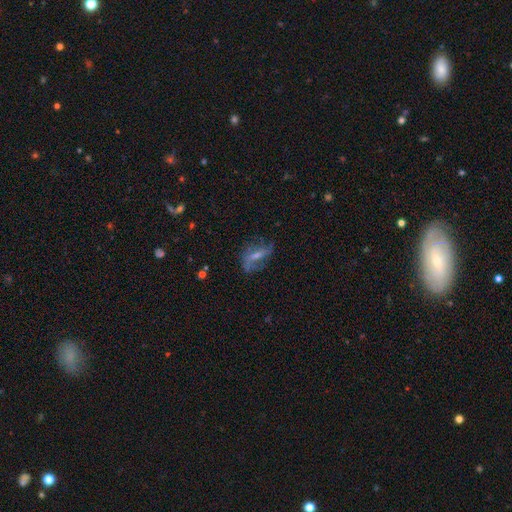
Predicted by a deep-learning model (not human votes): Smooth or featured?
  - featured or disk: 64% *
  - smooth: 22%
  - star or artifact: 14%
Edge-on disk?
  - no: 86% *
  - yes: 14%
Bar?
  - weak: 40% *
  - no: 30%
  - strong: 29%
Spiral arms?
  - yes: 75% *
  - no: 25%
Bulge size?
  - small: 48% *
  - moderate: 38%
  - none: 10%
  - large: 3%
  - dominant: 1%
Merging?
  - none: 60% *
  - minor disturbance: 21%
  - major disturbance: 16%
  - merger: 3%